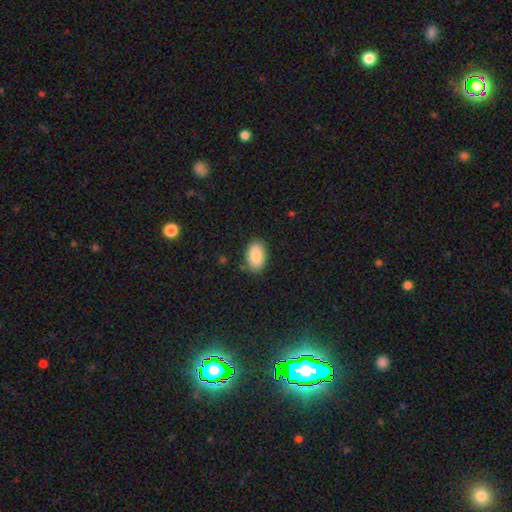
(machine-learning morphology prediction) smooth-or-featured: smooth: 87% | star or artifact: 7% | featured or disk: 6%
  how-rounded: in between: 93% | round: 6% | cigar-shaped: 2%
  merging: none: 84% | minor disturbance: 11% | major disturbance: 3% | merger: 2%